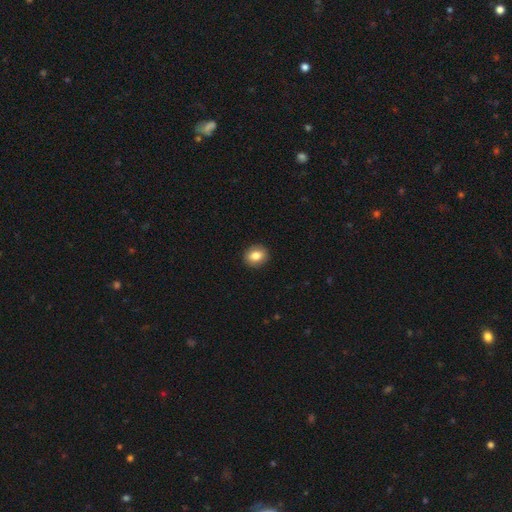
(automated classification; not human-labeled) This is clearly a smooth galaxy (83%). How rounded: possibly round (58%). Merging: clearly none (91%).